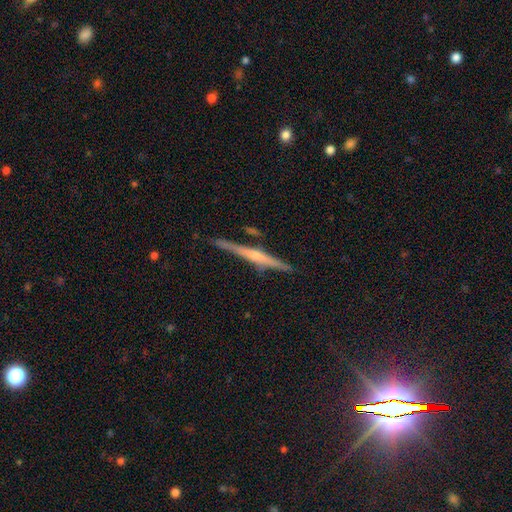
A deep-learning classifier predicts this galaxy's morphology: A featured or disk galaxy (74%) viewed edge-on (98%) with a rounded central bulge (63%). Merging: none (88%).